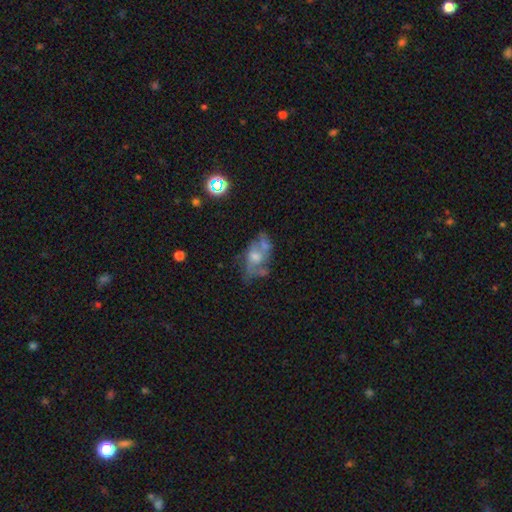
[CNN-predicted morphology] Q: Smooth or featured?
A: featured or disk (60%); runner-up: smooth (22%)
Q: Edge-on disk?
A: no (91%); runner-up: yes (9%)
Q: Bar?
A: no (78%); runner-up: weak (18%)
Q: Spiral arms?
A: yes (55%); runner-up: no (45%)
Q: Bulge size?
A: moderate (57%); runner-up: small (28%)
Q: Merging?
A: none (55%); runner-up: minor disturbance (20%)